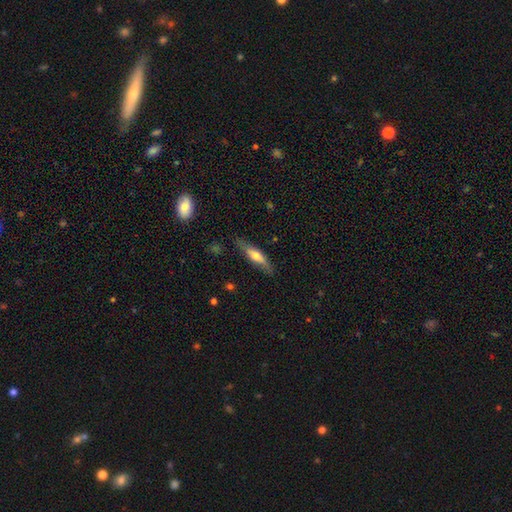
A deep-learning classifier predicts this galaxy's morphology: A smooth galaxy with no disk features (51%) that is cigar-shaped (73%). Merging: none (80%).